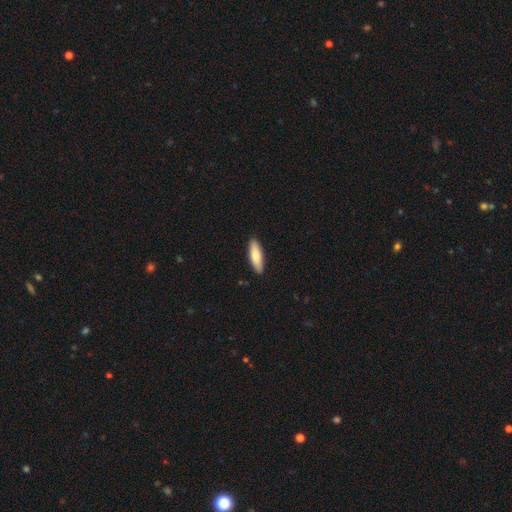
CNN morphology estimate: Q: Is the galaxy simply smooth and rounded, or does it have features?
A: smooth — 77%.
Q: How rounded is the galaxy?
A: cigar-shaped — 51%.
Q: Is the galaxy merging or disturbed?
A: none — 90%.